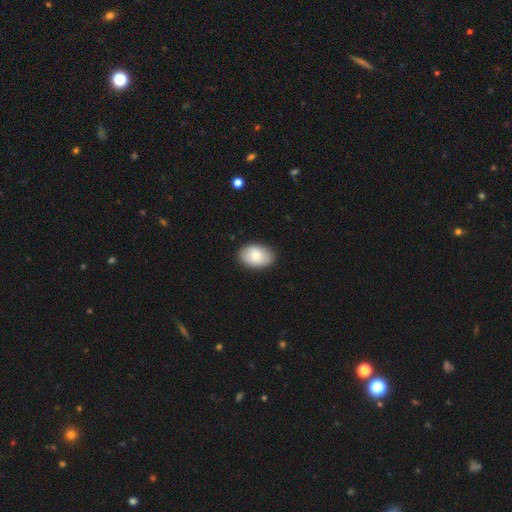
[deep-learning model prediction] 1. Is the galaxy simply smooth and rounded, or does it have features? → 83% smooth, 11% featured or disk, 6% star or artifact.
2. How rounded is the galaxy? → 88% in between, 11% round, 1% cigar-shaped.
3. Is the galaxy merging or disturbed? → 87% none, 10% minor disturbance, 2% major disturbance, 1% merger.